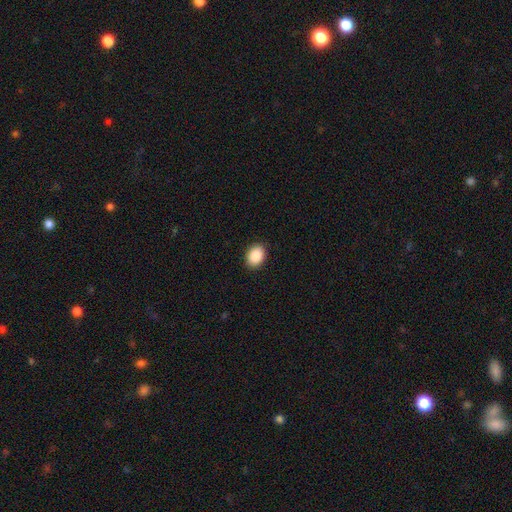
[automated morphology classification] Smooth or featured?
  - smooth: 89% *
  - star or artifact: 8%
  - featured or disk: 3%
How rounded?
  - in between: 70% *
  - round: 29%
  - cigar-shaped: 1%
Merging?
  - none: 91% *
  - minor disturbance: 7%
  - major disturbance: 2%
  - merger: 1%